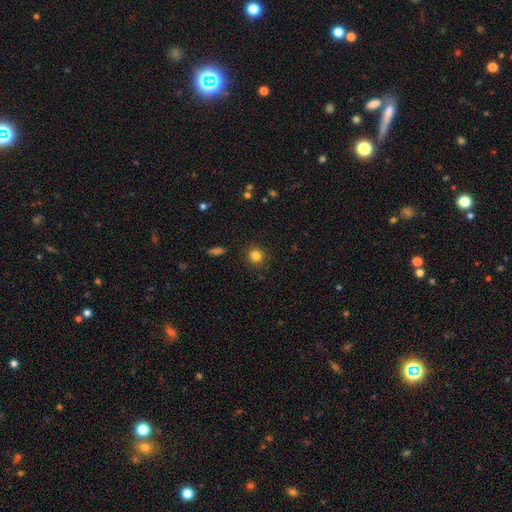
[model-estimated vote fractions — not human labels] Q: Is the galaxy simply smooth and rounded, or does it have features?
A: smooth — 82%.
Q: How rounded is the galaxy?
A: round — 91%.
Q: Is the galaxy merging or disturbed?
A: none — 90%.